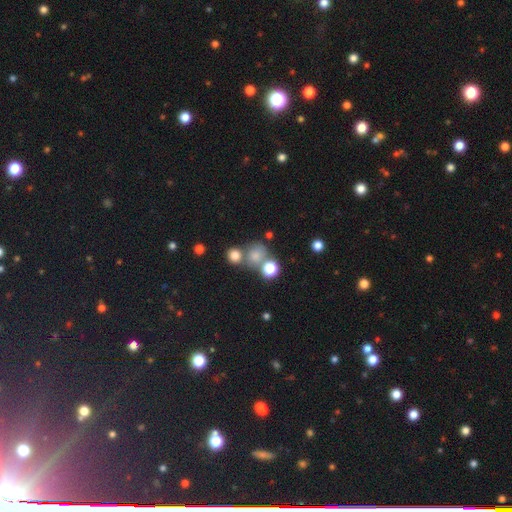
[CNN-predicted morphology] type=smooth (72%); roundness=round (80%); merging=none (53%).